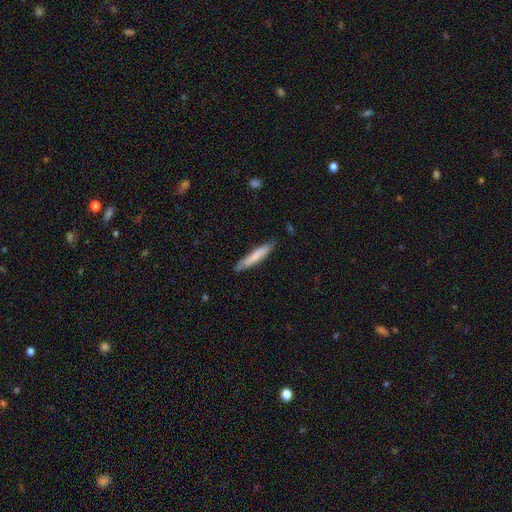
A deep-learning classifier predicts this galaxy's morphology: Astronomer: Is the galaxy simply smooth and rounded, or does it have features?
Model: smooth — 73%.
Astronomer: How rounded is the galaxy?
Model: cigar-shaped — 92%.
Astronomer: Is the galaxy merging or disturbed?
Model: none — 81%.